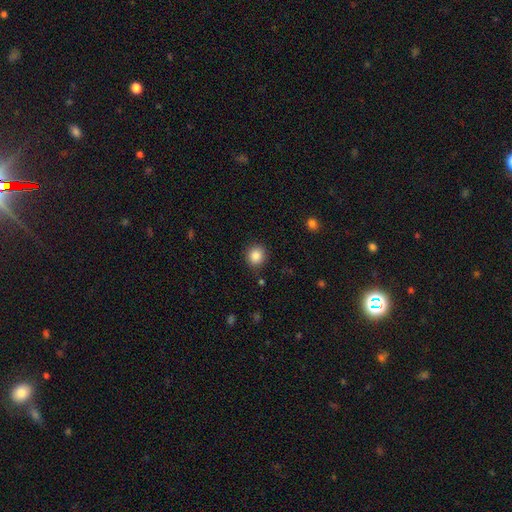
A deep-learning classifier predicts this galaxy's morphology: A smooth galaxy with no disk features (86%) that is round (86%). Merging: none (88%).